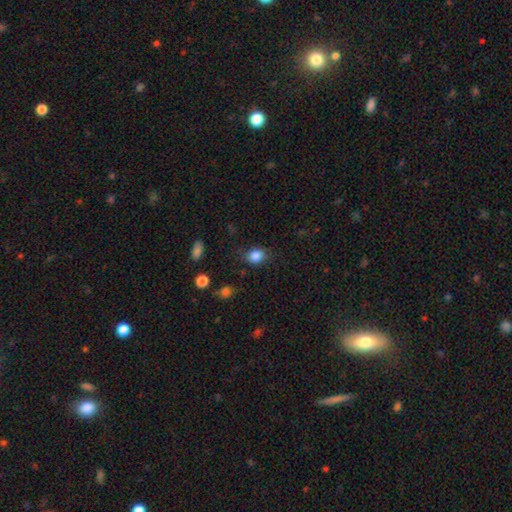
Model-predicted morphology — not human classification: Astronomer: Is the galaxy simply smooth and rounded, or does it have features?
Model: smooth — 84%.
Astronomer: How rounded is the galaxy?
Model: round — 53% (runner-up: in between, 46%).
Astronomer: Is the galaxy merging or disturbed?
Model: none — 75%.